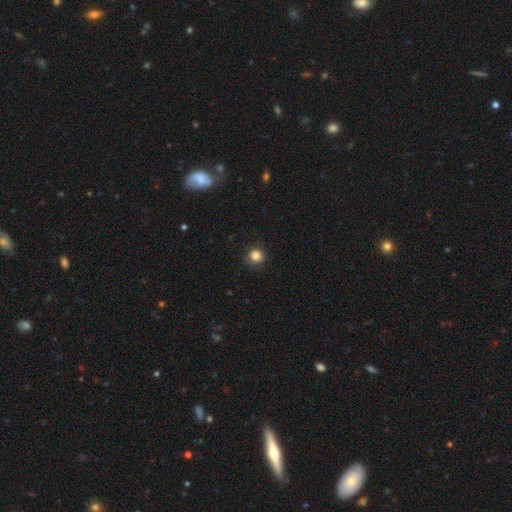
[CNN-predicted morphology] Smooth or featured? Predicted: smooth (p=0.85). How rounded? Predicted: round (p=0.91). Merging? Predicted: none (p=0.86).